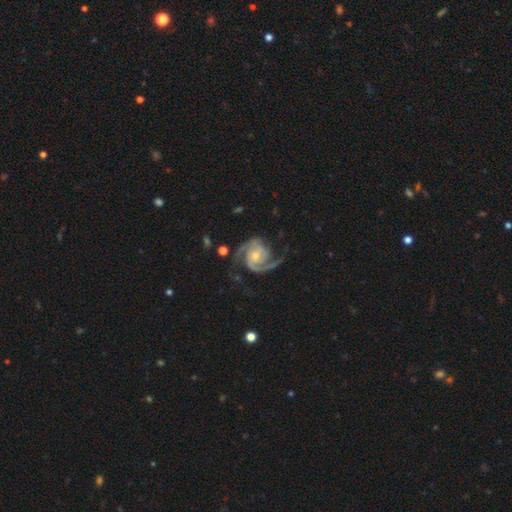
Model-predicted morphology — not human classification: Smooth or featured? featured or disk (93%)
Edge-on disk? no (98%)
Bar? no (54%)
Spiral arms? yes (99%)
Spiral winding? medium (55%)
Spiral arm count? 2 (90%)
Bulge size? small (52%)
Merging? none (74%)